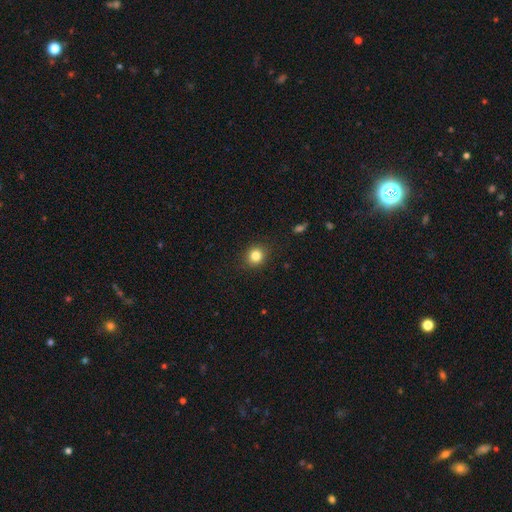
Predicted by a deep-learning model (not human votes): smooth-or-featured: smooth: 83% | star or artifact: 12% | featured or disk: 6%
  how-rounded: round: 84% | in between: 16% | cigar-shaped: 1%
  merging: none: 89% | minor disturbance: 7% | major disturbance: 2% | merger: 1%